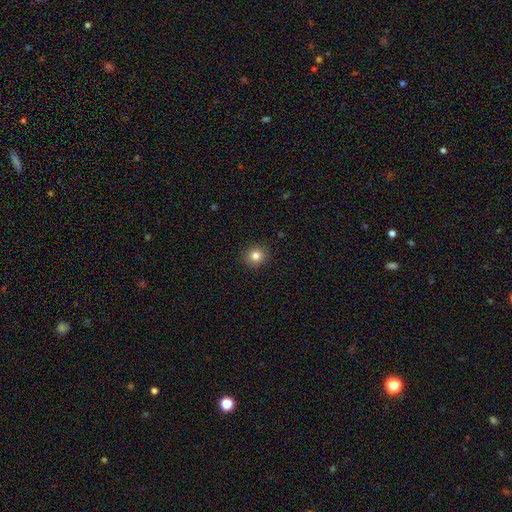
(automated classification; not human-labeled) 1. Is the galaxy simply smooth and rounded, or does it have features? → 82% smooth, 12% star or artifact, 6% featured or disk.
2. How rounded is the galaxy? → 90% round, 9% in between, 1% cigar-shaped.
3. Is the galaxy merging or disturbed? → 92% none, 6% minor disturbance, 2% major disturbance, 1% merger.